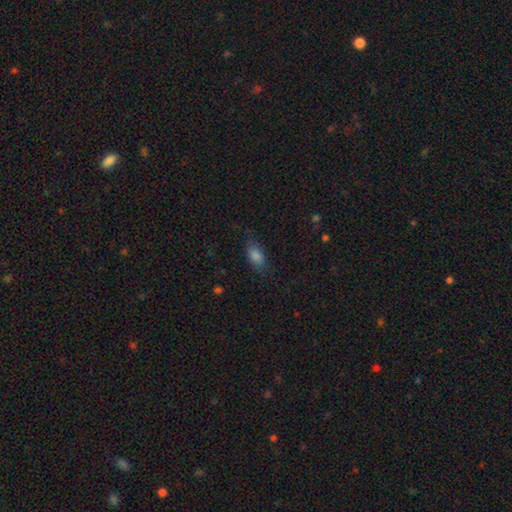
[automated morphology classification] Smooth or featured? smooth (81%)
How rounded? in between (87%)
Merging? none (72%)